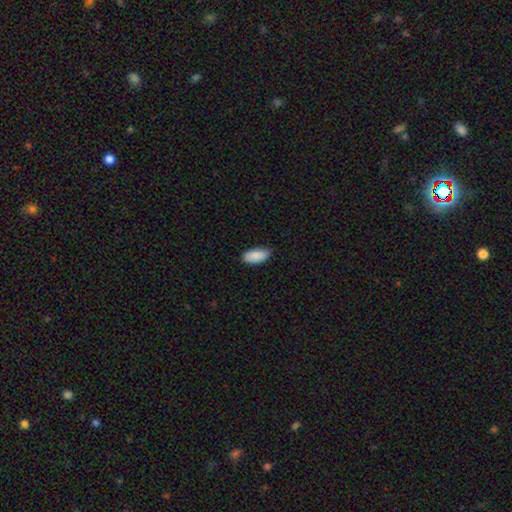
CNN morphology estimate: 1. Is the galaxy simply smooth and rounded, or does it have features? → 89% smooth, 6% star or artifact, 4% featured or disk.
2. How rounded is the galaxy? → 91% in between, 7% cigar-shaped, 2% round.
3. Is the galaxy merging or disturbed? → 80% none, 17% minor disturbance, 2% major disturbance, 1% merger.